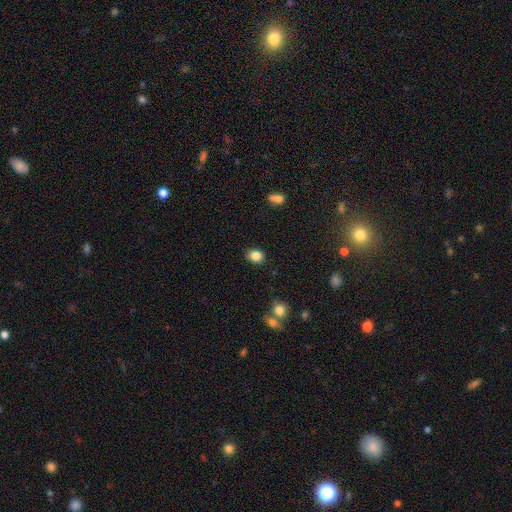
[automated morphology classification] A smooth galaxy with no disk features (85%) that is round (63%).

Vote fractions:
- Smooth or featured? smooth: 85% / star or artifact: 10% / featured or disk: 5%
- How rounded? round: 63% / in between: 36% / cigar-shaped: 1%
- Merging? none: 84% / minor disturbance: 11% / major disturbance: 3% / merger: 2%